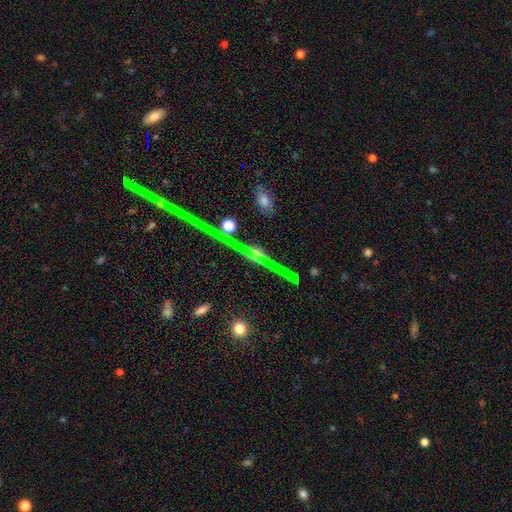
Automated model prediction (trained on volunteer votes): Smooth or featured? star or artifact (58%)